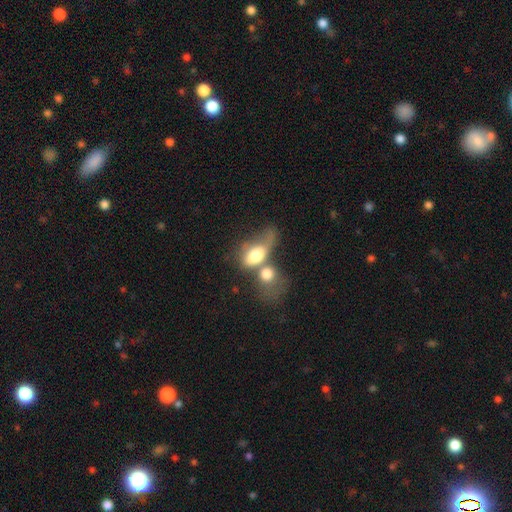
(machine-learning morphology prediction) type=smooth (67%); roundness=in between (76%); merging=merger (67%).